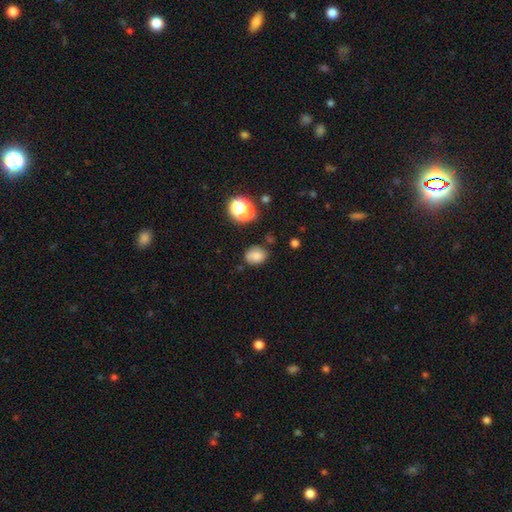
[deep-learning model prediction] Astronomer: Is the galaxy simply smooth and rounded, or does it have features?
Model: smooth — 75%.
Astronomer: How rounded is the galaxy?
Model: in between — 50% (runner-up: round, 49%).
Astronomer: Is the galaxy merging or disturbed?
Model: none — 67%.